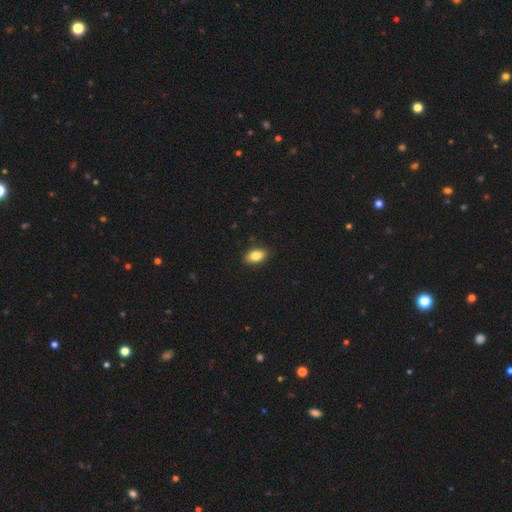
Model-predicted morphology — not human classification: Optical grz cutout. It shows a smooth galaxy with no disk features (83%) that is in between round and cigar-shaped (90%). Merging: none (89%).